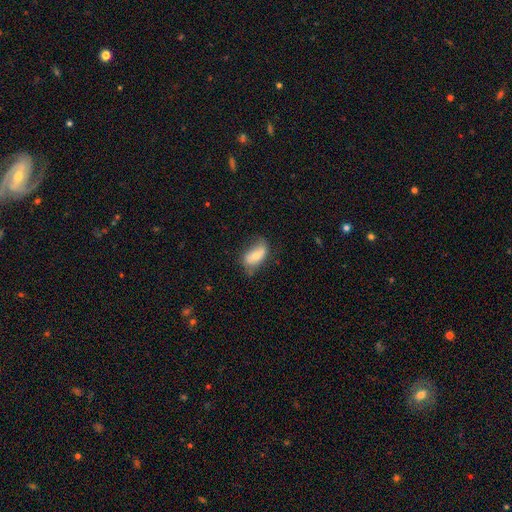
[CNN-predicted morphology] A smooth galaxy with no disk features (60%) that is in between round and cigar-shaped (91%). Merging: none (59%).